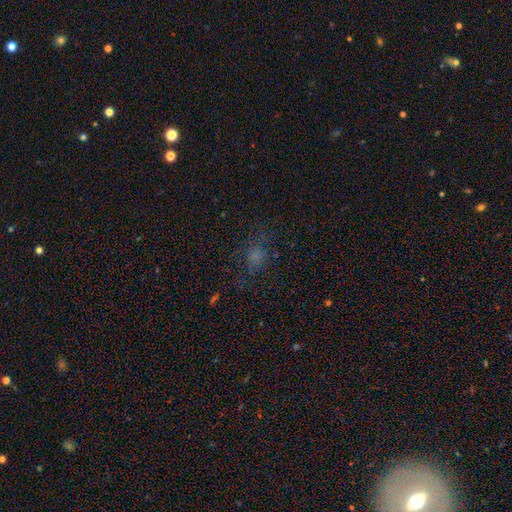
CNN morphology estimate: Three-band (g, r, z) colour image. It shows a smooth galaxy with no disk features (56%) that is in between round and cigar-shaped (50%). Merging: none (62%).